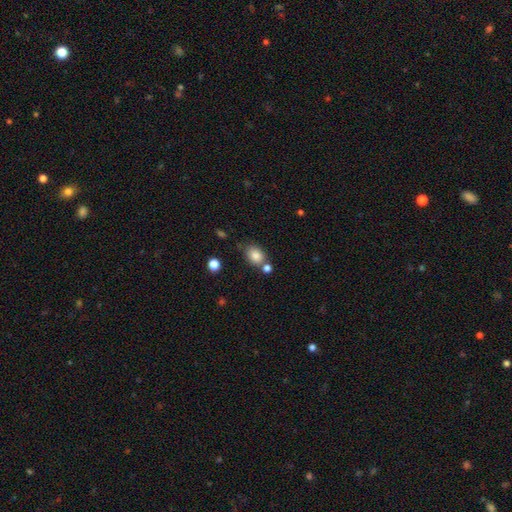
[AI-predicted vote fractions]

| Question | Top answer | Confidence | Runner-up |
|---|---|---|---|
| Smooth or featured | smooth | 84% | star or artifact (9%) |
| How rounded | in between | 61% | round (38%) |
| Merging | none | 66% | merger (16%) |